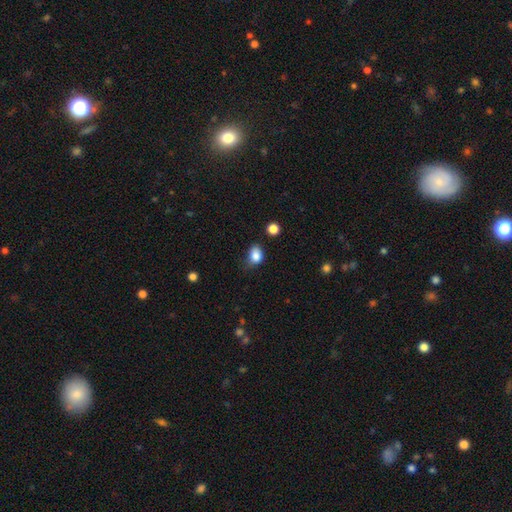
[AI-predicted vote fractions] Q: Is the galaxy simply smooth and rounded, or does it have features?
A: smooth — 85%.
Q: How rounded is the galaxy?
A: in between — 65%.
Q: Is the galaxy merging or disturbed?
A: none — 56%.